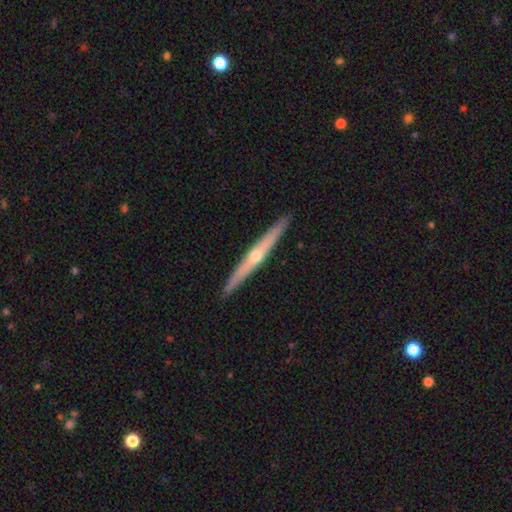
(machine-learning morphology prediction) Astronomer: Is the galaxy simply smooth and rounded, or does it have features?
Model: featured or disk — 77%.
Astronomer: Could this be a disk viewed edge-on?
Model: yes — 98%.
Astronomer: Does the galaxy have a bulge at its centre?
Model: rounded — 85%.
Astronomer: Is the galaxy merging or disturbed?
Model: none — 93%.